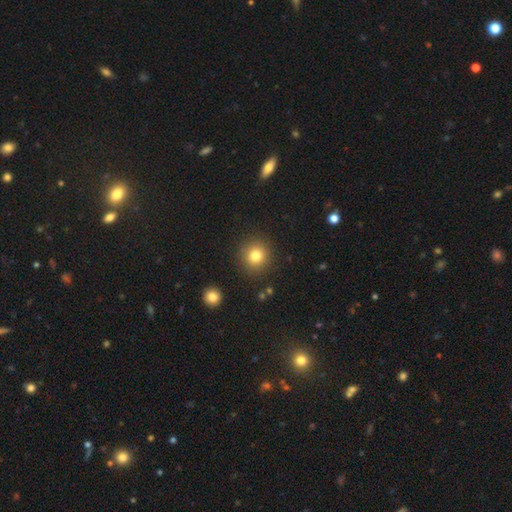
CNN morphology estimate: smooth-or-featured: smooth: 81% | star or artifact: 12% | featured or disk: 7%
  how-rounded: round: 92% | in between: 7% | cigar-shaped: 1%
  merging: none: 89% | minor disturbance: 7% | major disturbance: 3% | merger: 2%